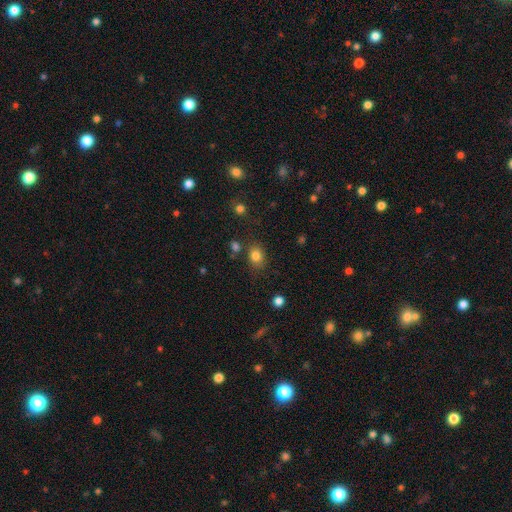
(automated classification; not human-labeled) A smooth galaxy with no disk features (82%) that is round (50%).

Vote fractions:
- Smooth or featured? smooth: 82% / star or artifact: 12% / featured or disk: 6%
- How rounded? round: 50% / in between: 49% / cigar-shaped: 1%
- Merging? none: 76% / minor disturbance: 13% / merger: 7% / major disturbance: 4%